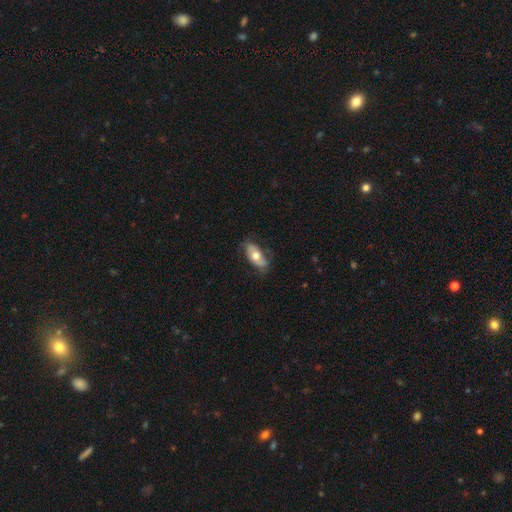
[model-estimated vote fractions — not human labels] Smooth or featured? Predicted: smooth (p=0.47). Merging? Predicted: none (p=0.66).